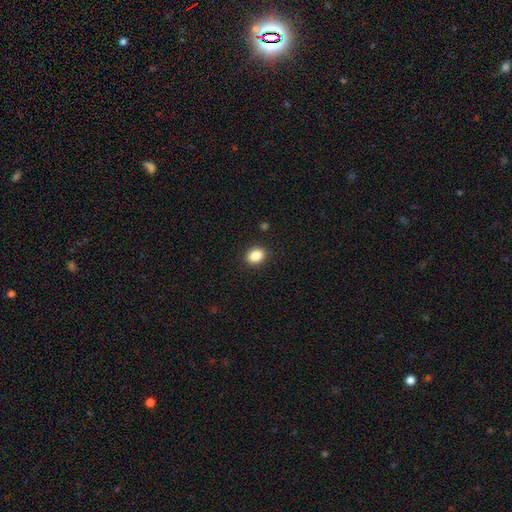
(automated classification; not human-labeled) smooth_or_featured: smooth (p=0.87) [alt: star or artifact p=0.09]
how_rounded: in between (p=0.62) [alt: round p=0.37]
merging: none (p=0.90) [alt: minor disturbance p=0.07]